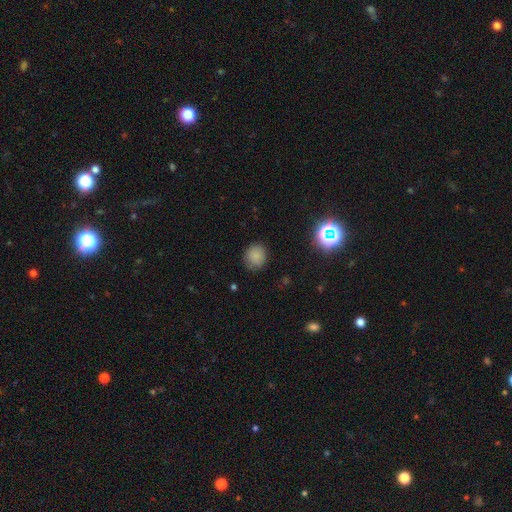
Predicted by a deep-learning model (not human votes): smooth 82%, star or artifact 13%, featured or disk 5%. Down the decision tree: how rounded — round (84%); merging — none (85%).